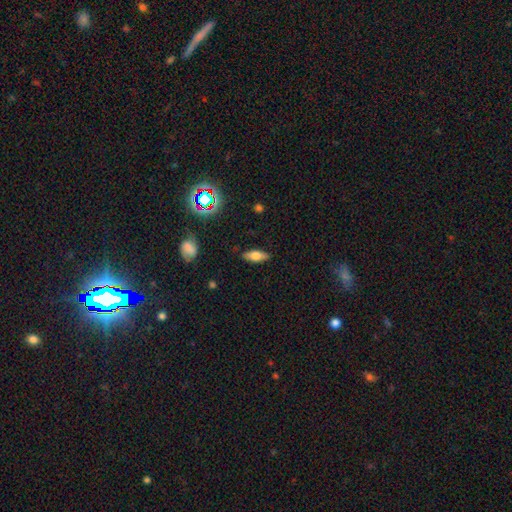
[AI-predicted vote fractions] Smooth or featured?
  - smooth: 64% *
  - featured or disk: 27%
  - star or artifact: 9%
How rounded?
  - in between: 71% *
  - cigar-shaped: 26%
  - round: 3%
Merging?
  - none: 86% *
  - minor disturbance: 11%
  - major disturbance: 2%
  - merger: 1%